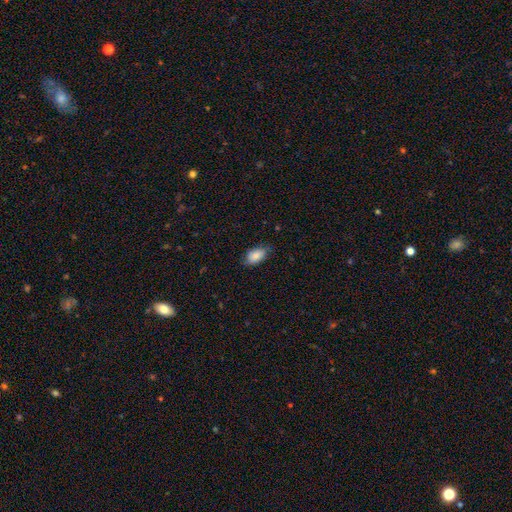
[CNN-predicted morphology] Q: Smooth or featured?
A: smooth (83%); runner-up: featured or disk (10%)
Q: How rounded?
A: in between (93%); runner-up: round (5%)
Q: Merging?
A: none (71%); runner-up: minor disturbance (24%)